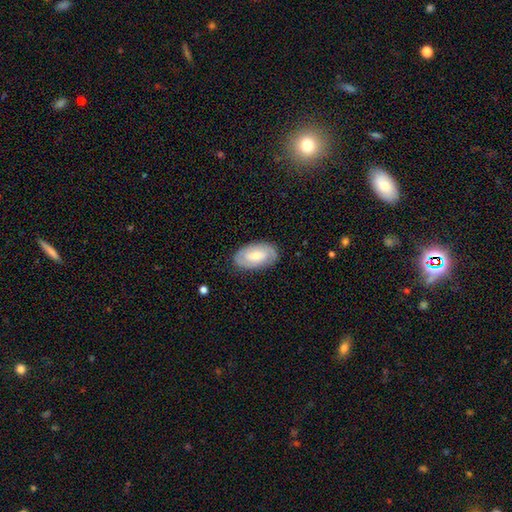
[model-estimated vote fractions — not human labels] The model was most divided on "bulge size": moderate: 46%, small: 43%, large: 6%, none: 3%, dominant: 1%. Remaining: edge-on disk — no (94%); merging — none (84%); spiral arms — yes (80%); smooth or featured — featured or disk (53%); bar — no (49%).